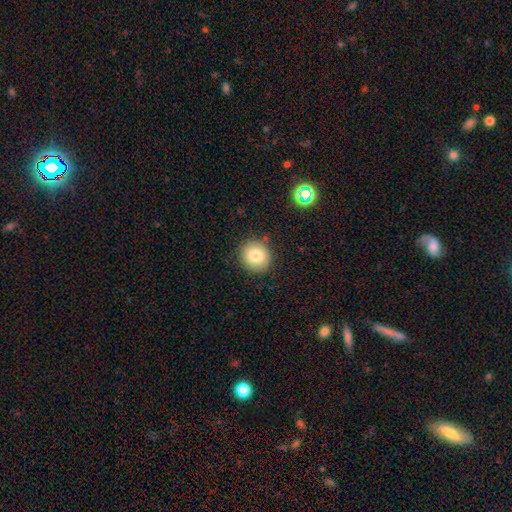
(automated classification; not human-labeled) Morphology: type=smooth (80%); roundness=round (89%); merging=none (87%).